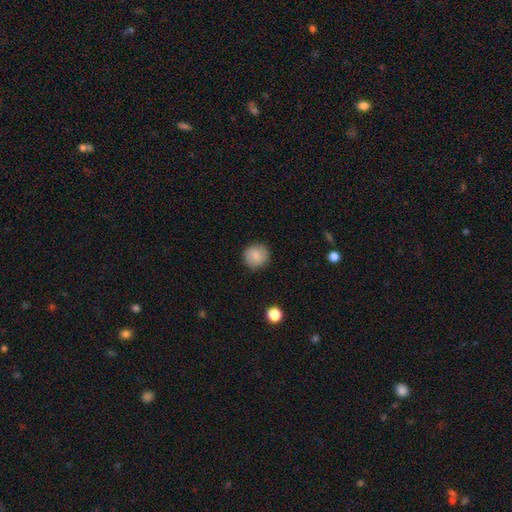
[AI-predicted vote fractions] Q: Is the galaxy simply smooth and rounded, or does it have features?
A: smooth — 81%.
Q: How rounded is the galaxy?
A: round — 92%.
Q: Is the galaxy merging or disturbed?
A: none — 88%.